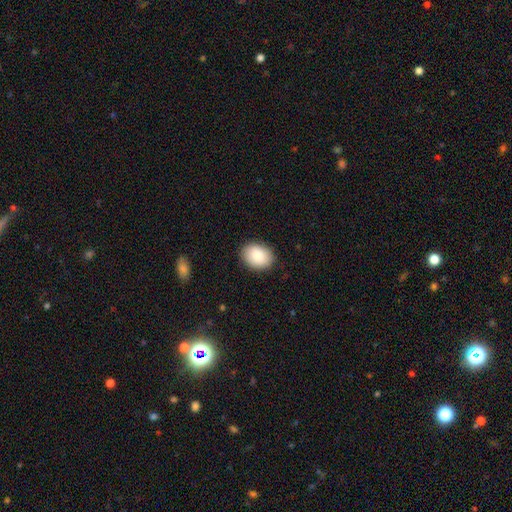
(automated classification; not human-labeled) smooth_or_featured: smooth (p=0.88) [alt: star or artifact p=0.06]
how_rounded: in between (p=0.67) [alt: round p=0.32]
merging: none (p=0.88) [alt: minor disturbance p=0.09]